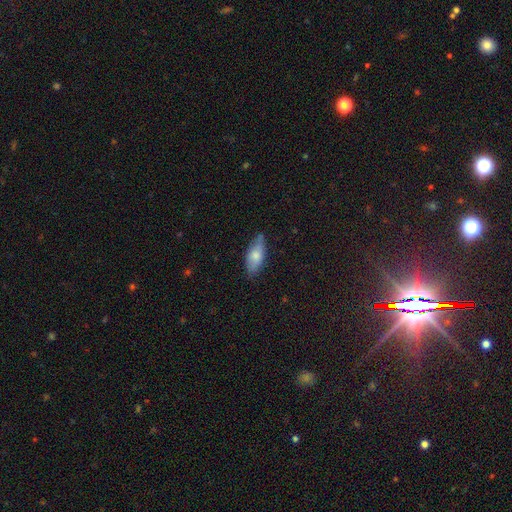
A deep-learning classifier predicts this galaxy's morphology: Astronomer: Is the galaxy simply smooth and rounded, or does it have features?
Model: smooth — 72%.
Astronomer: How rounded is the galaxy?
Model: in between — 78%.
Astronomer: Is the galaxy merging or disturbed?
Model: none — 71%.